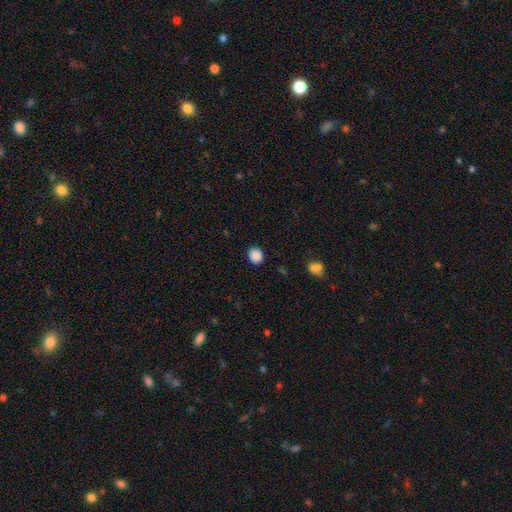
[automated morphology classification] Smooth or featured? smooth (88%)
How rounded? round (74%)
Merging? none (90%)